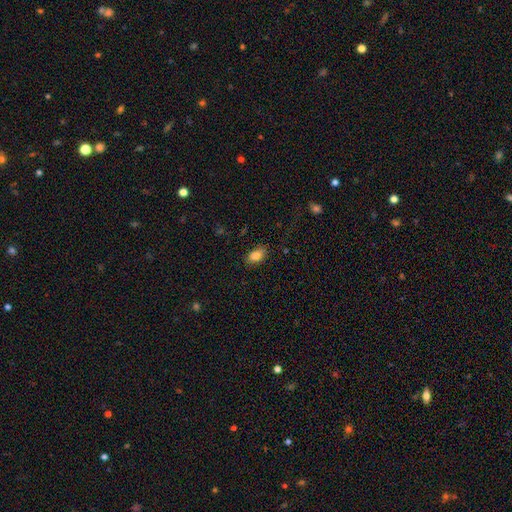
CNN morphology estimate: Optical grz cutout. It shows a smooth galaxy with no disk features (85%) that is in between round and cigar-shaped (88%). Merging: none (79%).